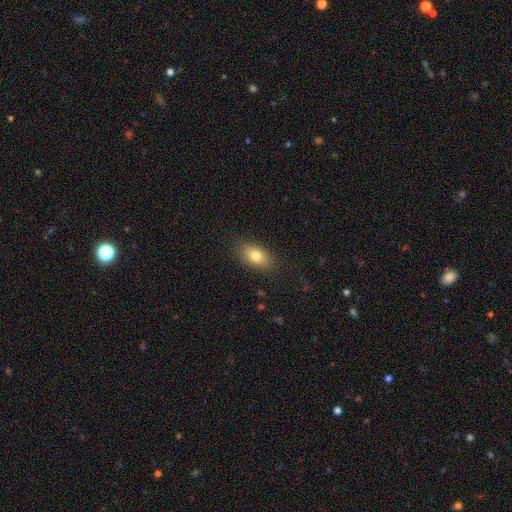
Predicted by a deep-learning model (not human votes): smooth-or-featured: smooth: 80% | featured or disk: 12% | star or artifact: 8%
  how-rounded: in between: 89% | round: 7% | cigar-shaped: 4%
  merging: none: 85% | minor disturbance: 11% | major disturbance: 3% | merger: 1%